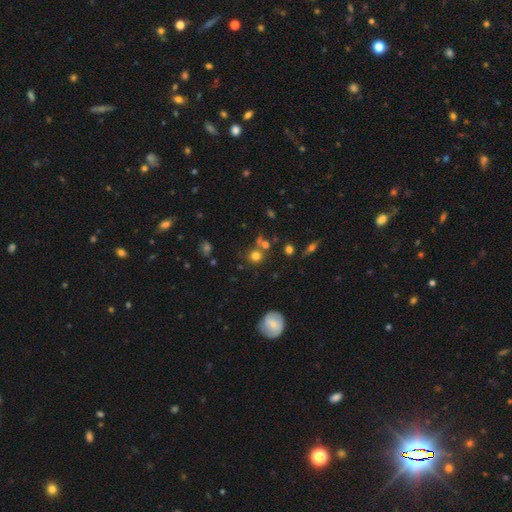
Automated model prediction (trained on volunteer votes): This appears to be a smooth galaxy with no disk features (72%) that is round (90%). Merging: none (65%).